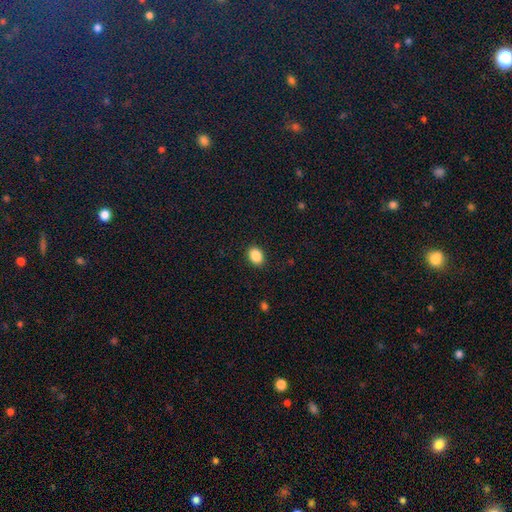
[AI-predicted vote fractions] Smooth or featured? smooth (88%)
How rounded? in between (72%)
Merging? none (89%)